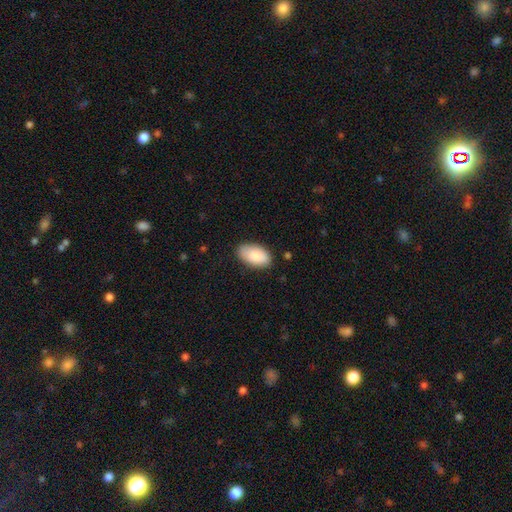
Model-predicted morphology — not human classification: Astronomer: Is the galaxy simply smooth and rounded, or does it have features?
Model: smooth — 87%.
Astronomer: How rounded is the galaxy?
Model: in between — 95%.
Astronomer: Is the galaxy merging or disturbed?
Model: none — 83%.